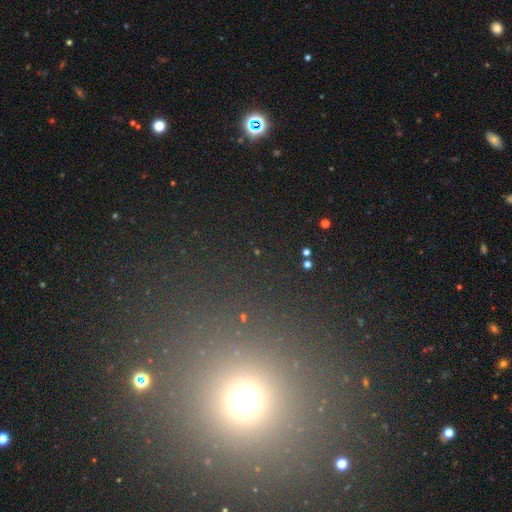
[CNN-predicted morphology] smooth_or_featured: star or artifact (p=0.48) [alt: smooth p=0.45]